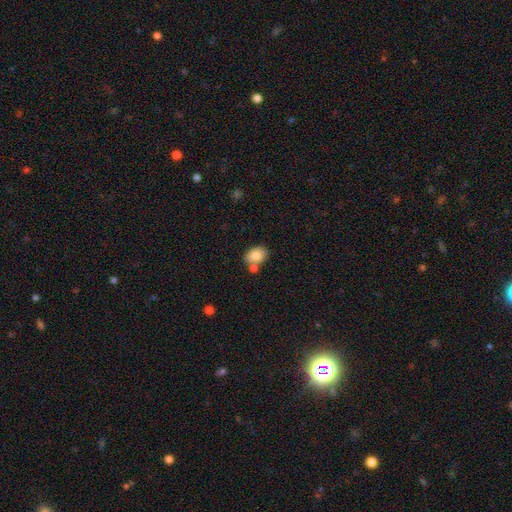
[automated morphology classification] The model was most divided on "how rounded": in between: 69%, round: 30%, cigar-shaped: 1%. More confident: smooth or featured — smooth (82%); merging — none (64%).